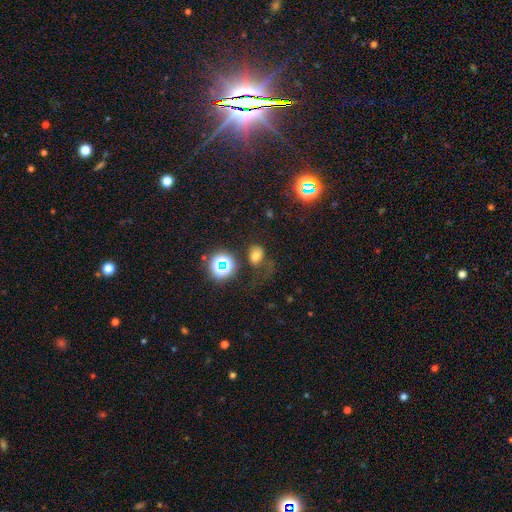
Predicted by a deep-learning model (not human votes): The model was most divided on "how rounded": in between: 58%, round: 41%, cigar-shaped: 1%. More confident: smooth or featured — smooth (64%); merging — none (53%).